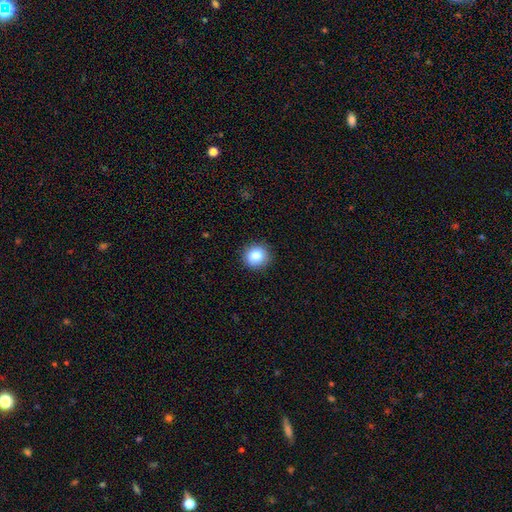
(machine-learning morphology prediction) Smooth or featured? smooth (84%)
How rounded? round (89%)
Merging? none (90%)